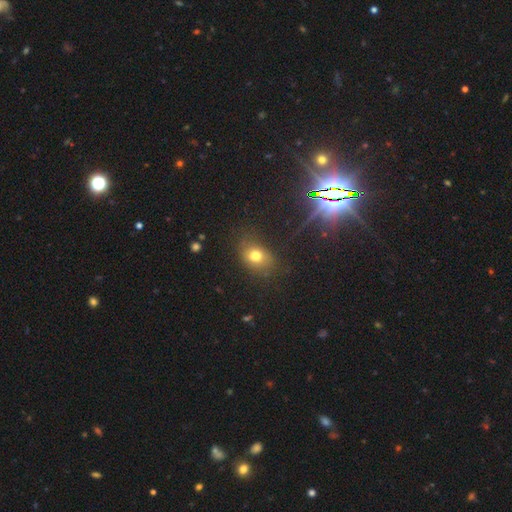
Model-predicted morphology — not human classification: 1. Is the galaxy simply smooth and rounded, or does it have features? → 71% smooth, 18% star or artifact, 11% featured or disk.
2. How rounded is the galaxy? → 56% in between, 43% round, 1% cigar-shaped.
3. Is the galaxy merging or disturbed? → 74% none, 16% minor disturbance, 7% major disturbance, 2% merger.